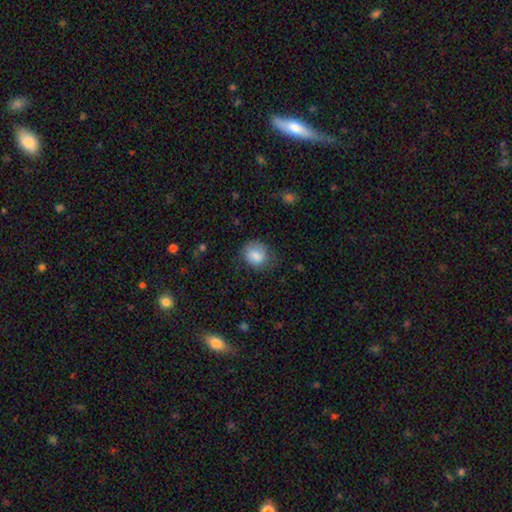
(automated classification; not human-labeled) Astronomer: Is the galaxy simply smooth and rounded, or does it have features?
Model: smooth — 83%.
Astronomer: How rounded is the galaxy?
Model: round — 64%.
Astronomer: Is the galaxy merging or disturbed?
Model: none — 67%.